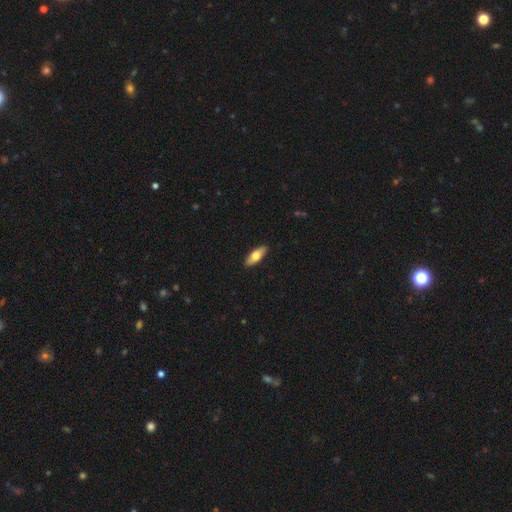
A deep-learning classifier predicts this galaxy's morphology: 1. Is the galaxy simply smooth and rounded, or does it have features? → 68% smooth, 26% featured or disk, 5% star or artifact.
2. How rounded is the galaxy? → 68% in between, 29% cigar-shaped, 2% round.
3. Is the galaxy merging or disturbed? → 90% none, 8% minor disturbance, 1% major disturbance, 1% merger.